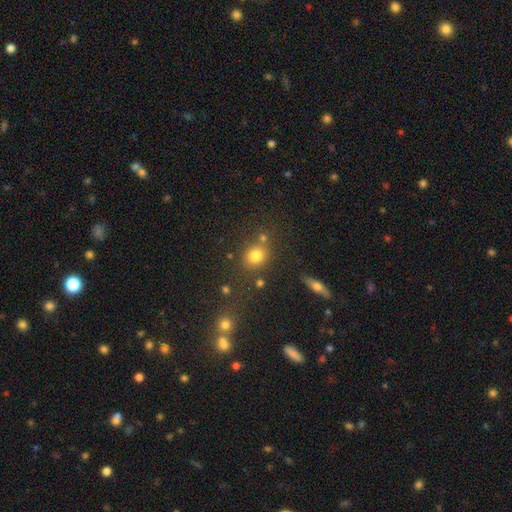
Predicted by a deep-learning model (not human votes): smooth-or-featured: smooth: 77% | star or artifact: 14% | featured or disk: 9%
  how-rounded: round: 70% | in between: 28% | cigar-shaped: 1%
  merging: none: 68% | merger: 14% | minor disturbance: 13% | major disturbance: 5%